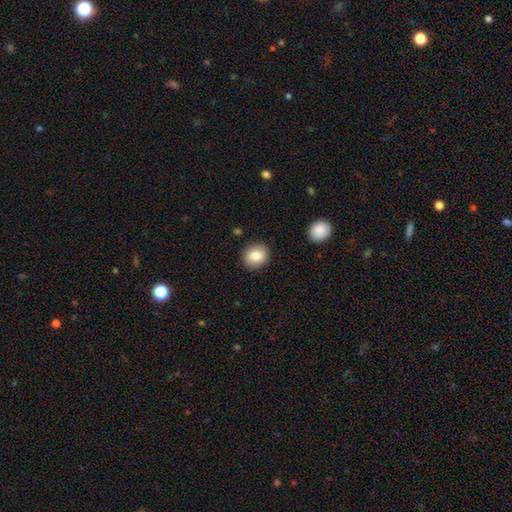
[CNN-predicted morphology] Smooth or featured?
  - smooth: 84% *
  - star or artifact: 8%
  - featured or disk: 8%
How rounded?
  - round: 73% *
  - in between: 26%
  - cigar-shaped: 1%
Merging?
  - none: 89% *
  - minor disturbance: 7%
  - major disturbance: 2%
  - merger: 1%